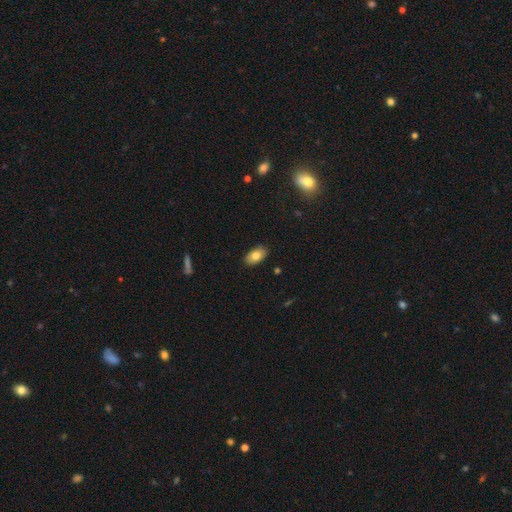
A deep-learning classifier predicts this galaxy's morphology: type=smooth (79%); roundness=in between (93%); merging=none (87%).